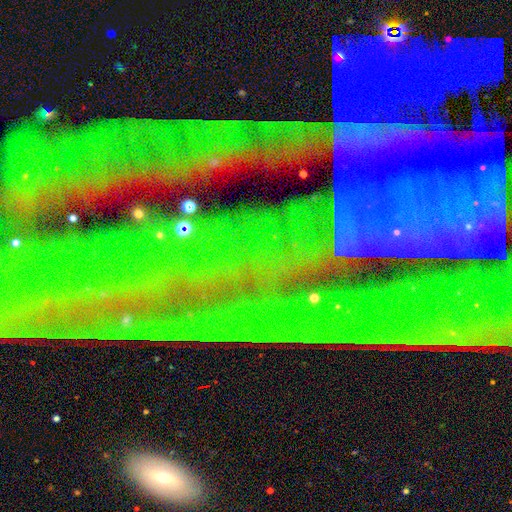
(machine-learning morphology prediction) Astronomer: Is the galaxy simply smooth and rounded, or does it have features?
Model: star or artifact — 81%.